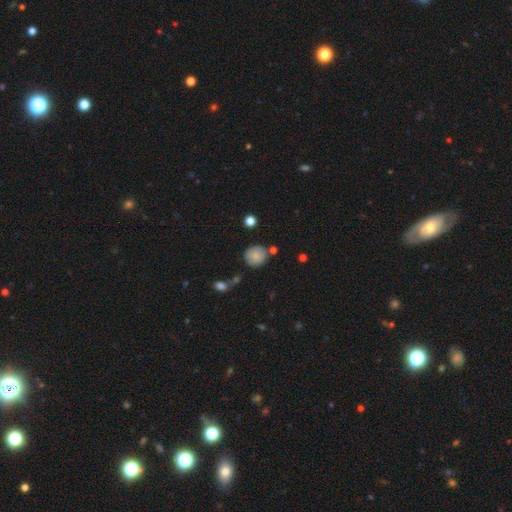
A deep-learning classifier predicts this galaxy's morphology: Smooth or featured? Predicted: smooth (p=0.83). How rounded? Predicted: round (p=0.90). Merging? Predicted: none (p=0.78).